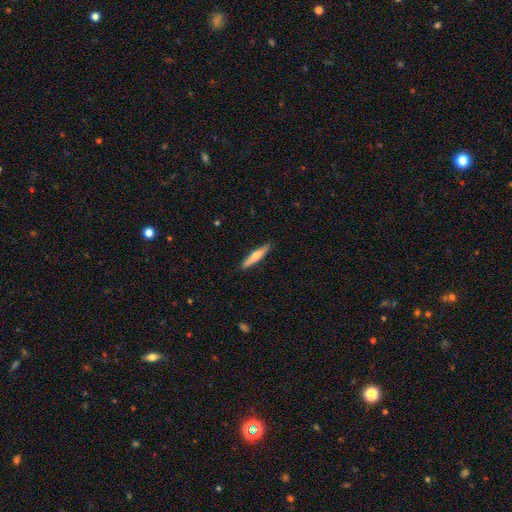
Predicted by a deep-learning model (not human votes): A smooth galaxy with no disk features (54%) that is cigar-shaped (89%).

Vote fractions:
- Smooth or featured? smooth: 54% / featured or disk: 41% / star or artifact: 5%
- How rounded? cigar-shaped: 89% / in between: 9% / round: 2%
- Merging? none: 90% / minor disturbance: 7% / major disturbance: 1% / merger: 1%